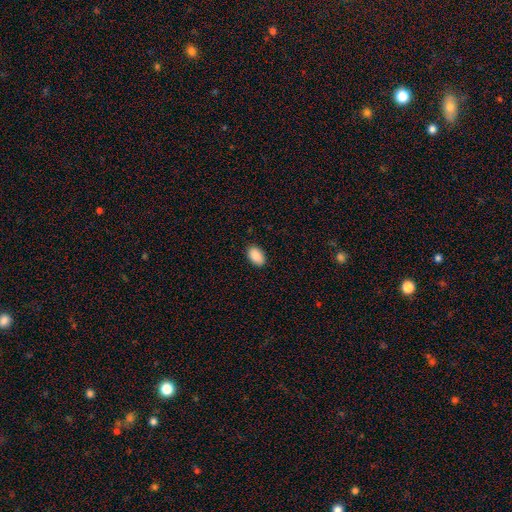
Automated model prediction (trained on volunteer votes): Q: Smooth or featured?
A: smooth (90%); runner-up: star or artifact (7%)
Q: How rounded?
A: in between (93%); runner-up: round (6%)
Q: Merging?
A: none (88%); runner-up: minor disturbance (9%)